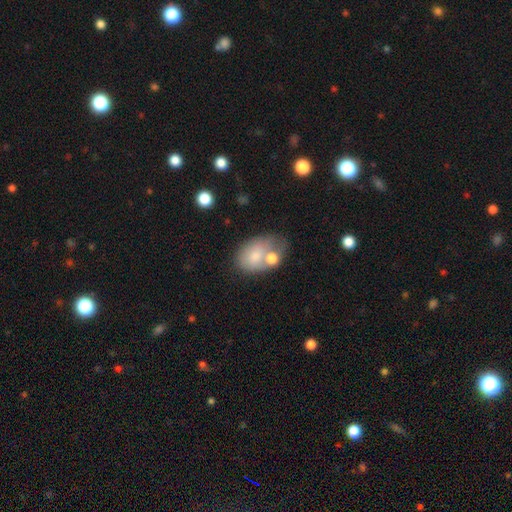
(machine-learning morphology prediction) Q: Smooth or featured?
A: smooth (71%); runner-up: featured or disk (21%)
Q: How rounded?
A: in between (81%); runner-up: round (18%)
Q: Merging?
A: none (40%); runner-up: merger (30%)